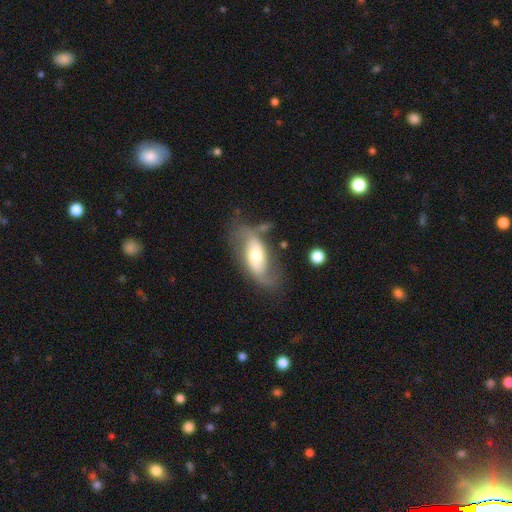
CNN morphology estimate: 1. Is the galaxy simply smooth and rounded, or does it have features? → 67% featured or disk, 27% smooth, 6% star or artifact.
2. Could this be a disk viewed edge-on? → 89% no, 11% yes.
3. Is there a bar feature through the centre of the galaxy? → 51% no, 29% weak, 19% strong.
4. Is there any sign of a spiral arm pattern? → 80% yes, 20% no.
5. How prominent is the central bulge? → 64% moderate, 20% small, 13% large, 2% dominant, 1% none.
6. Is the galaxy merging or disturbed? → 57% none, 22% minor disturbance, 14% major disturbance, 6% merger.